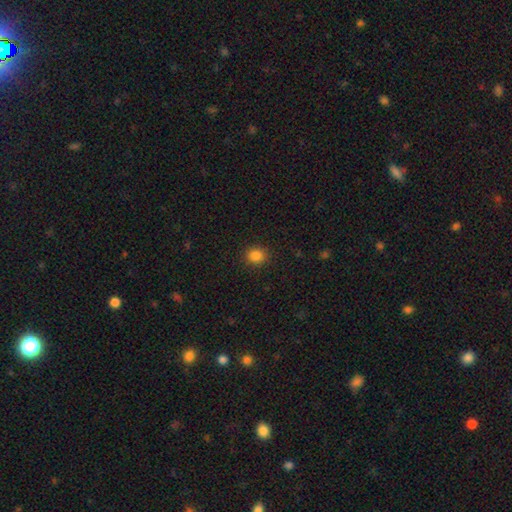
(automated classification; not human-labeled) The model was most divided on "how rounded": round: 78%, in between: 21%, cigar-shaped: 1%. More confident: merging — none (90%); smooth or featured — smooth (84%).